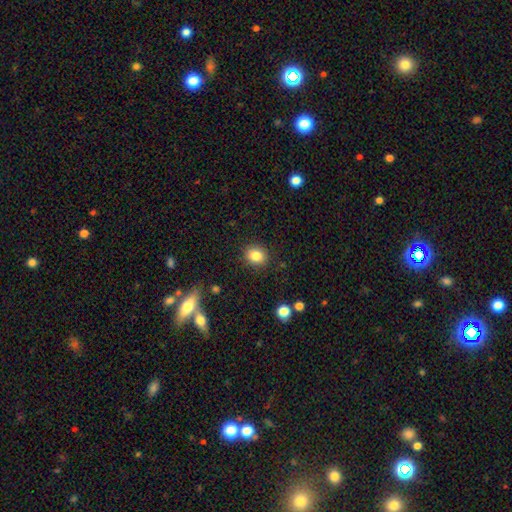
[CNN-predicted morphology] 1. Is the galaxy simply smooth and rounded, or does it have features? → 84% smooth, 10% star or artifact, 6% featured or disk.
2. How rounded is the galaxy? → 68% round, 31% in between, 1% cigar-shaped.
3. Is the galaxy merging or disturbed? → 89% none, 7% minor disturbance, 2% major disturbance, 1% merger.